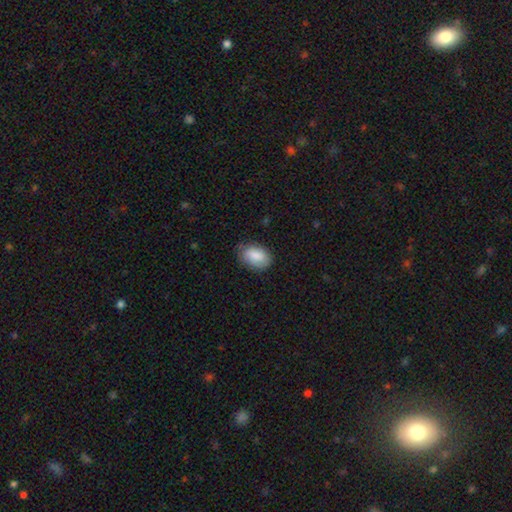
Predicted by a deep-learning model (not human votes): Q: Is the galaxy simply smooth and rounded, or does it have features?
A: smooth — 86%.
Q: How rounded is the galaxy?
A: in between — 88%.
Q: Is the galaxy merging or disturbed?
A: none — 75%.